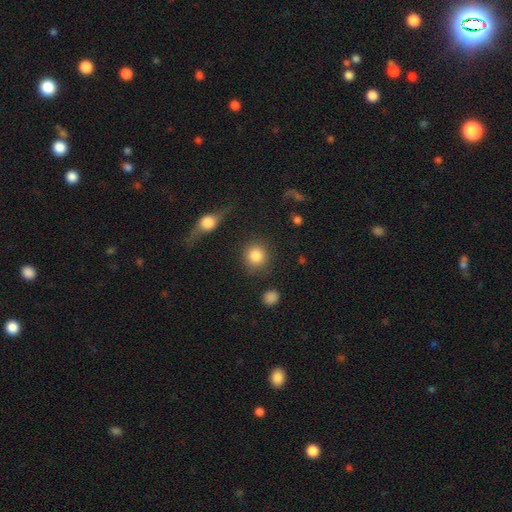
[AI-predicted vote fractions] This appears to be a smooth galaxy with no disk features (85%) that is round (89%). Merging: none (83%).